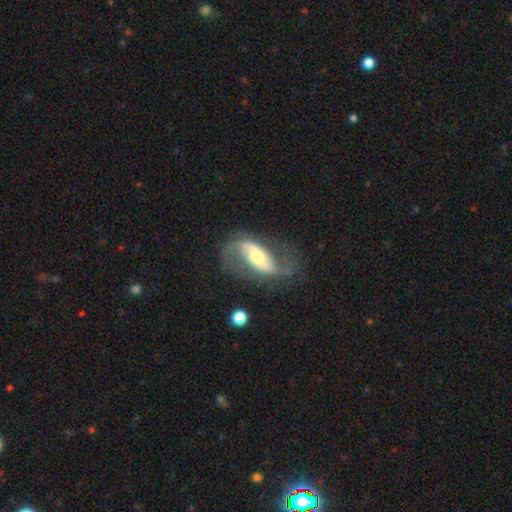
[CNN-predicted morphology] Smooth or featured?
  - featured or disk: 84% *
  - smooth: 11%
  - star or artifact: 6%
Edge-on disk?
  - no: 95% *
  - yes: 5%
Bar?
  - strong: 37% *
  - weak: 34%
  - no: 29%
Spiral arms?
  - yes: 93% *
  - no: 7%
Spiral winding?
  - loose: 58% *
  - medium: 33%
  - tight: 9%
Spiral arm count?
  - 2: 88% *
  - 1: 5%
  - can't tell: 4%
  - 3: 1%
  - 4: 1%
  - more than 4: 1%
Bulge size?
  - moderate: 57% *
  - small: 29%
  - large: 10%
  - dominant: 2%
  - none: 2%
Merging?
  - none: 65% *
  - minor disturbance: 18%
  - major disturbance: 15%
  - merger: 2%